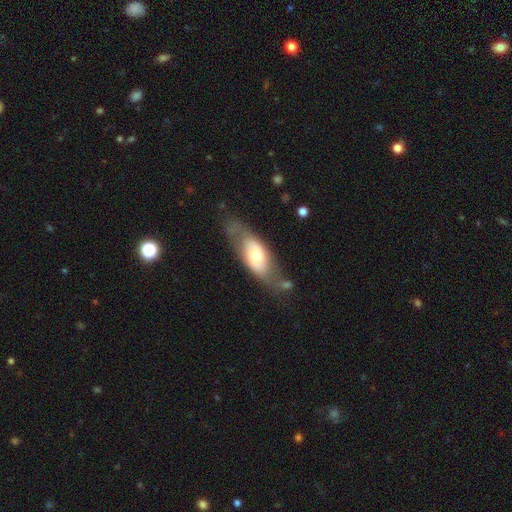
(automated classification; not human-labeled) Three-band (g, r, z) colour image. It shows a featured or disk galaxy (48%). Merging: none (57%).